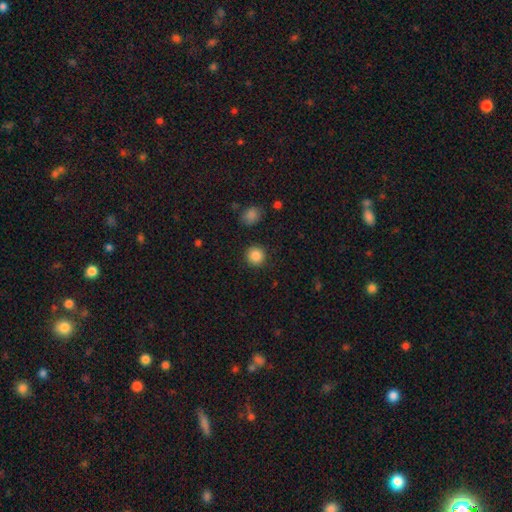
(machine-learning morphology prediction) Smooth or featured? Predicted: smooth (p=0.86). How rounded? Predicted: round (p=0.94). Merging? Predicted: none (p=0.90).